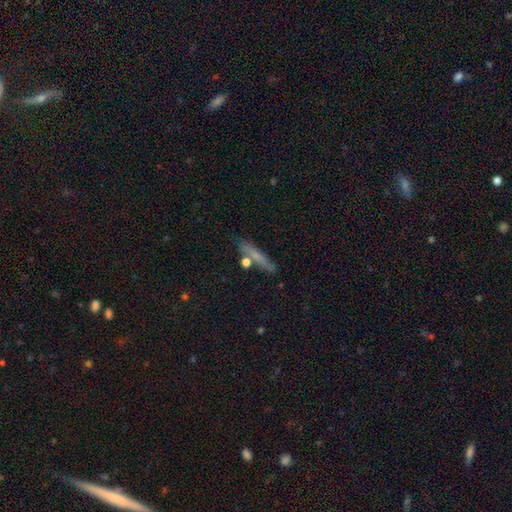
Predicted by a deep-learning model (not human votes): Smooth or featured? smooth (57%)
How rounded? cigar-shaped (87%)
Merging? none (78%)